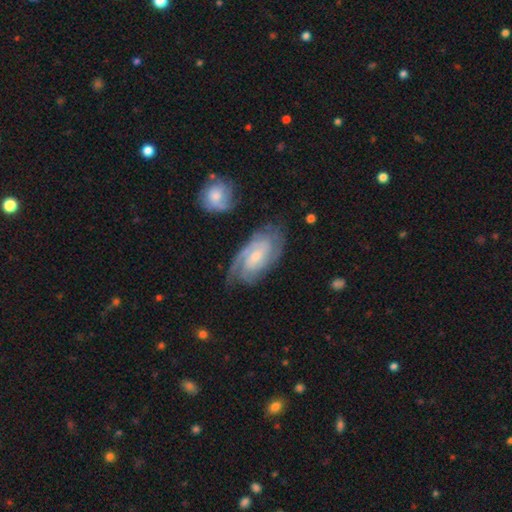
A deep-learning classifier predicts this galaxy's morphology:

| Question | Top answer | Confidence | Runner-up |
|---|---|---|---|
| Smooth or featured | featured or disk | 84% | smooth (11%) |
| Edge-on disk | no | 96% | yes (4%) |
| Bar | weak | 47% | no (42%) |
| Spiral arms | yes | 97% | no (3%) |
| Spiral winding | tight | 61% | medium (33%) |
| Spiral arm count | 2 | 50% | can't tell (22%) |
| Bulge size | small | 53% | moderate (37%) |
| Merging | none | 71% | minor disturbance (18%) |